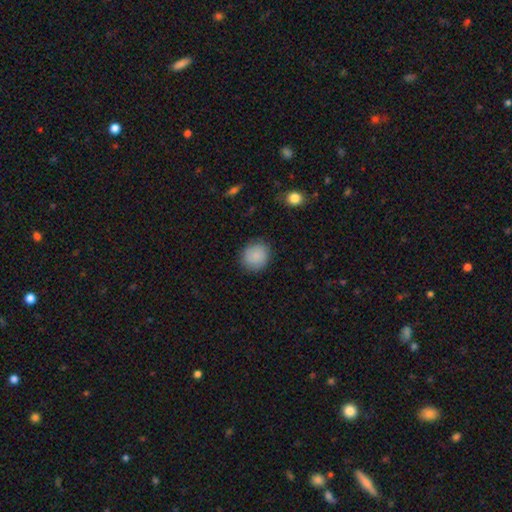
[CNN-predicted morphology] Smooth or featured: smooth — 86% (star or artifact — 7%)
How rounded: round — 84% (in between — 15%)
Merging: none — 85% (minor disturbance — 11%)